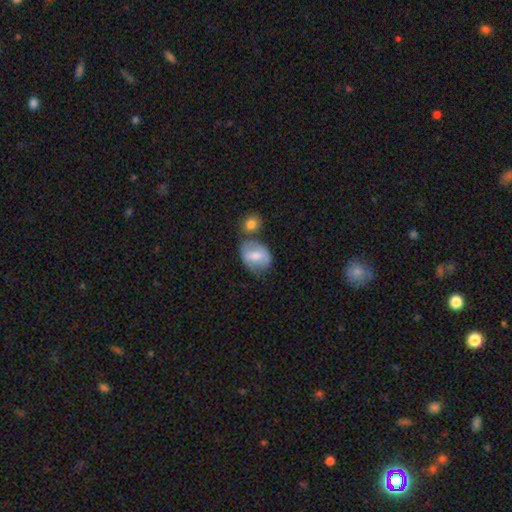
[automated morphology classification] Smooth or featured: smooth — 60% (featured or disk — 33%)
How rounded: in between — 68% (round — 31%)
Merging: none — 49% (merger — 22%)